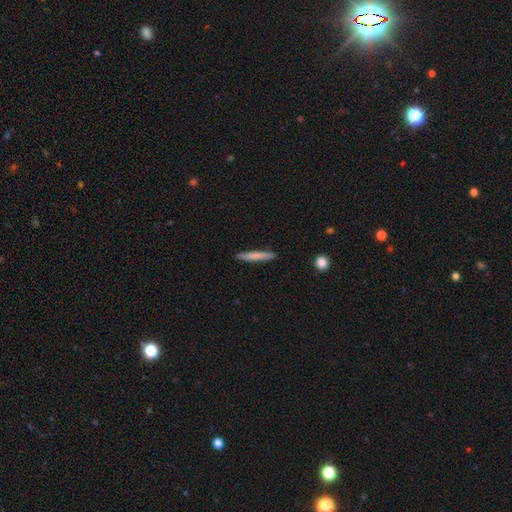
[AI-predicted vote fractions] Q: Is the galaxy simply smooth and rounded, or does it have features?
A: smooth — 75%.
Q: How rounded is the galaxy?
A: cigar-shaped — 95%.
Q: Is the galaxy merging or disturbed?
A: none — 90%.